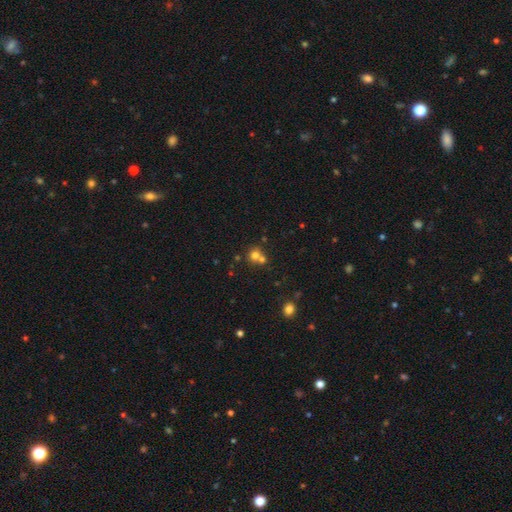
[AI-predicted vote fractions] Overall: smooth (71%). How rounded: round (86%). Merging: merger (47%; none 45%).